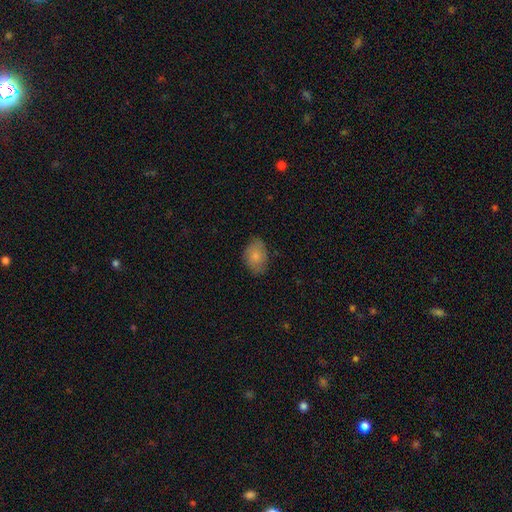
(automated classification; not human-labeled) smooth_or_featured: smooth (p=0.81) [alt: featured or disk p=0.12]
how_rounded: in between (p=0.82) [alt: round p=0.17]
merging: none (p=0.76) [alt: minor disturbance p=0.19]